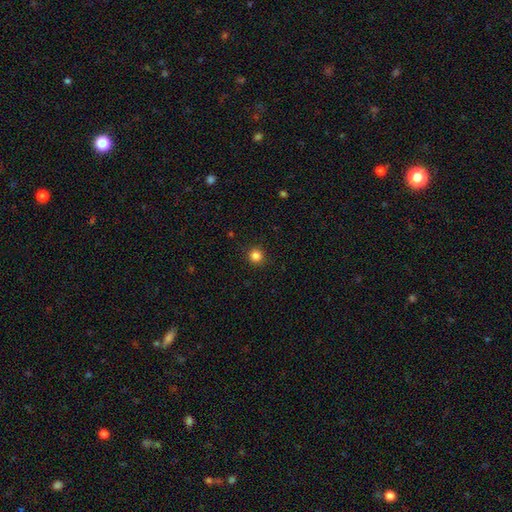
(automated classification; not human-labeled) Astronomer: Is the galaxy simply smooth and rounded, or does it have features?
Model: smooth — 84%.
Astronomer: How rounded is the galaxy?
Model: round — 95%.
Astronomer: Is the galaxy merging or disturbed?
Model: none — 92%.